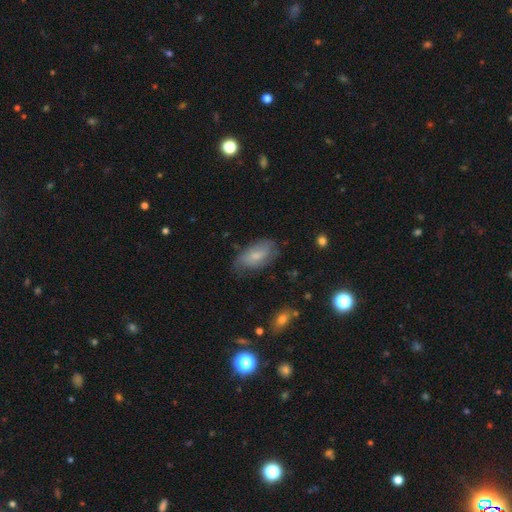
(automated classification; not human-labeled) Morphology: type=smooth (54%); roundness=in between (91%); merging=none (59%).